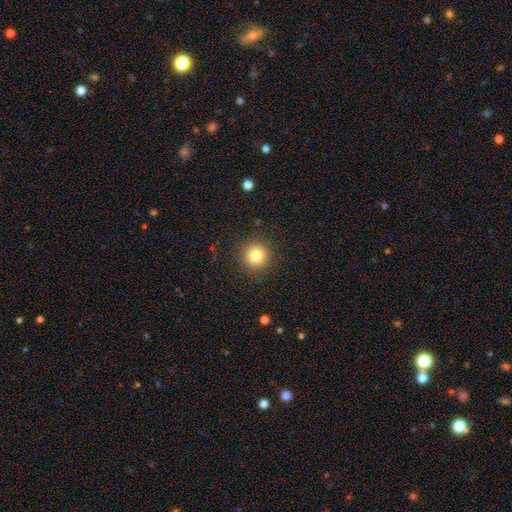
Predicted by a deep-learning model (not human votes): smooth_or_featured: smooth (p=0.81) [alt: star or artifact p=0.12]
how_rounded: round (p=0.95) [alt: in between p=0.04]
merging: none (p=0.90) [alt: minor disturbance p=0.06]